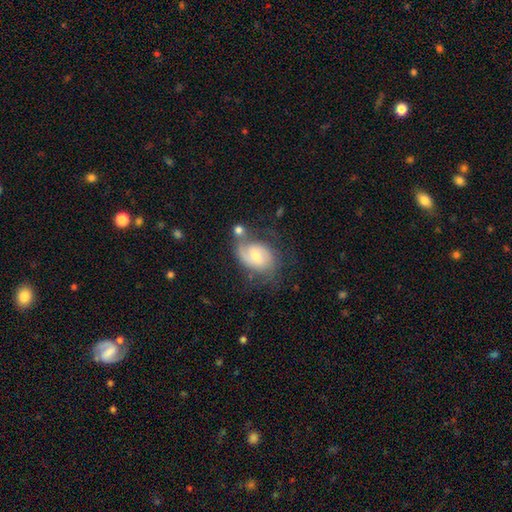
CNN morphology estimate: type=featured or disk (73%); edge-on=no (96%); bar=weak (49%); spiral arms=yes (89%); winding=medium (42%); arm count=2 (60%); bulge=moderate (56%); merging=none (50%).